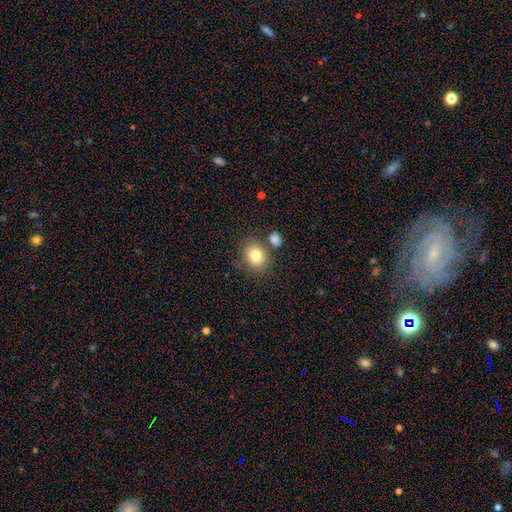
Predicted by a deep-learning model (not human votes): A smooth galaxy with no disk features (80%) that is round (64%). Merging: none (73%).